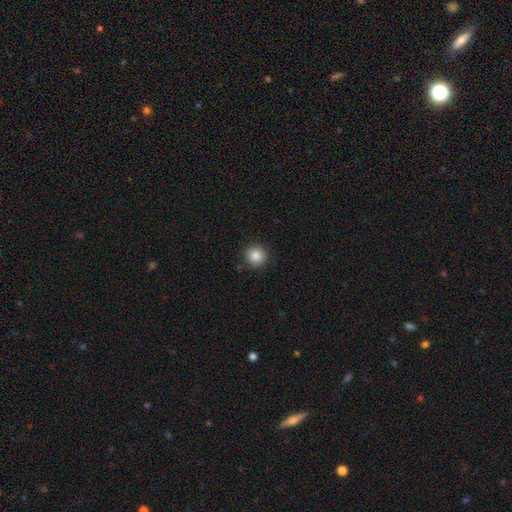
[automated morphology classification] A smooth galaxy with no disk features (84%) that is round (94%).

Vote fractions:
- Smooth or featured? smooth: 84% / star or artifact: 10% / featured or disk: 6%
- How rounded? round: 94% / in between: 5% / cigar-shaped: 1%
- Merging? none: 91% / minor disturbance: 6% / major disturbance: 2% / merger: 1%